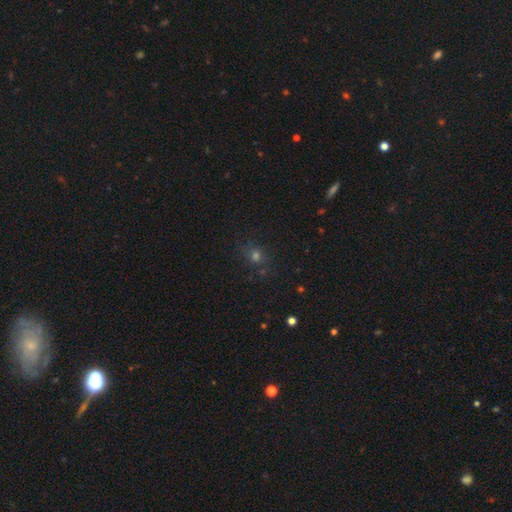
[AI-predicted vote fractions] Smooth or featured?
  - smooth: 54% *
  - star or artifact: 35%
  - featured or disk: 11%
How rounded?
  - round: 79% *
  - in between: 19%
  - cigar-shaped: 1%
Merging?
  - none: 79% *
  - minor disturbance: 12%
  - major disturbance: 5%
  - merger: 3%